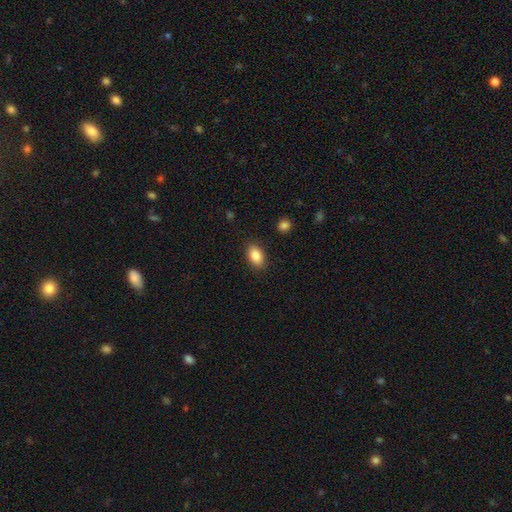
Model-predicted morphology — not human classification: smooth-or-featured: smooth: 86% | star or artifact: 8% | featured or disk: 6%
  how-rounded: in between: 88% | round: 10% | cigar-shaped: 2%
  merging: none: 88% | minor disturbance: 9% | major disturbance: 2% | merger: 1%